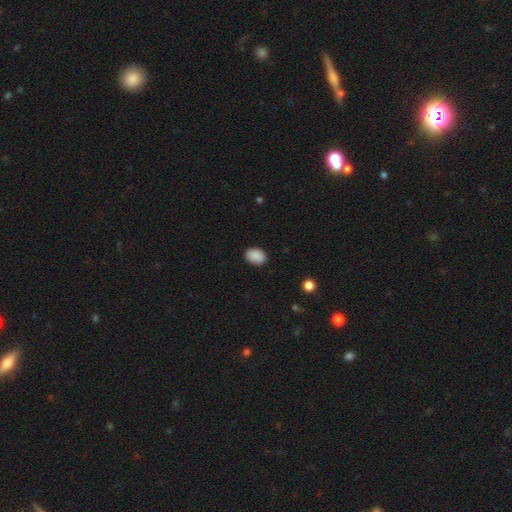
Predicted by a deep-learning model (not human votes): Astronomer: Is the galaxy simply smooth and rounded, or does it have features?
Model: smooth — 90%.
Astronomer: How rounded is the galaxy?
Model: in between — 75%.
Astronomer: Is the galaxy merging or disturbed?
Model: none — 88%.